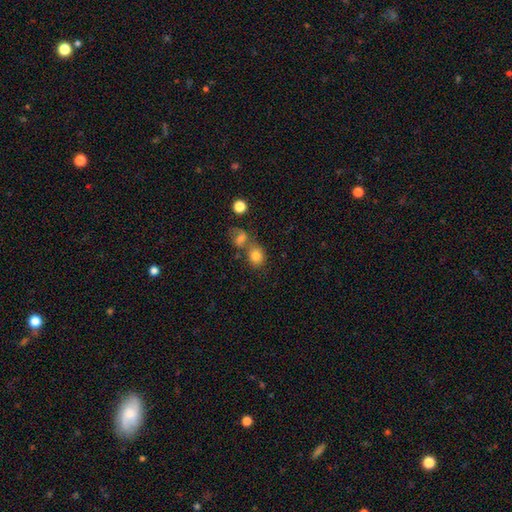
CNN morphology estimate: smooth 81%, star or artifact 11%, featured or disk 9%. Down the decision tree: how rounded — round (69%); merging — none (52%).